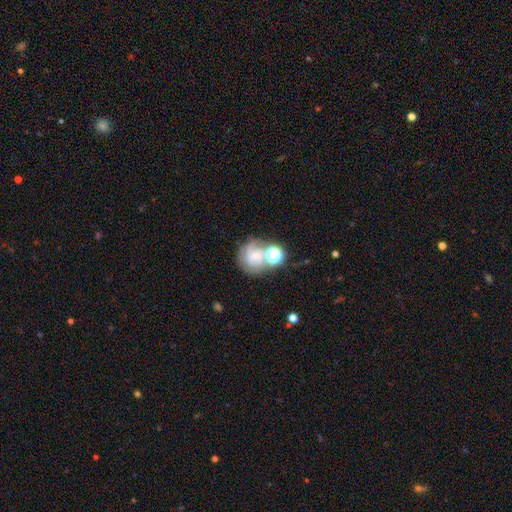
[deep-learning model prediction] Smooth or featured? featured or disk (44%)
Merging? none (41%)